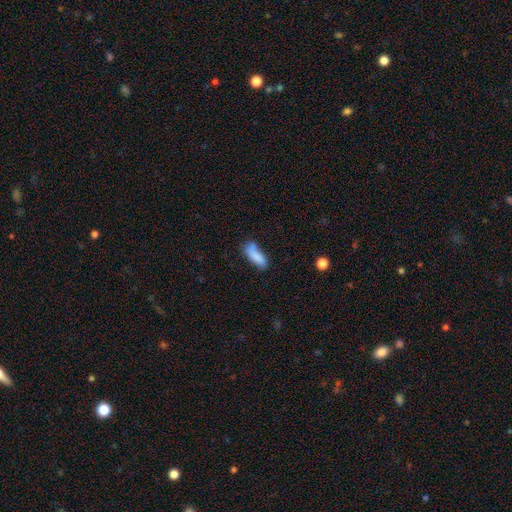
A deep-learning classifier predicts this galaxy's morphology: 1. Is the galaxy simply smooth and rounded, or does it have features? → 81% smooth, 11% featured or disk, 8% star or artifact.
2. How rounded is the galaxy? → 67% in between, 31% cigar-shaped, 2% round.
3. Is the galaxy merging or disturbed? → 48% none, 27% minor disturbance, 13% merger, 12% major disturbance.